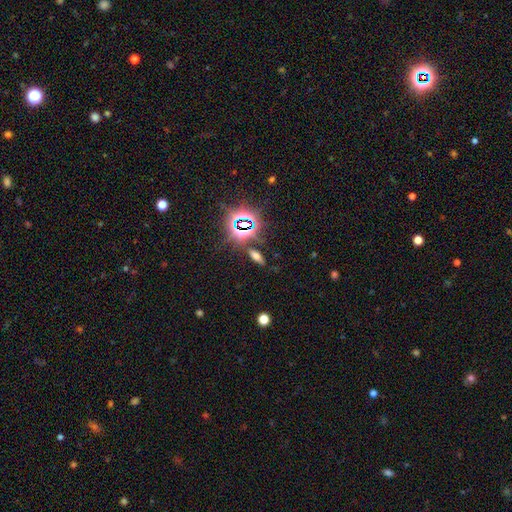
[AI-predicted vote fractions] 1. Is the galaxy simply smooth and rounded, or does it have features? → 49% smooth, 34% star or artifact, 16% featured or disk.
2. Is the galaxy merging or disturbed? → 82% none, 9% minor disturbance, 5% merger, 4% major disturbance.